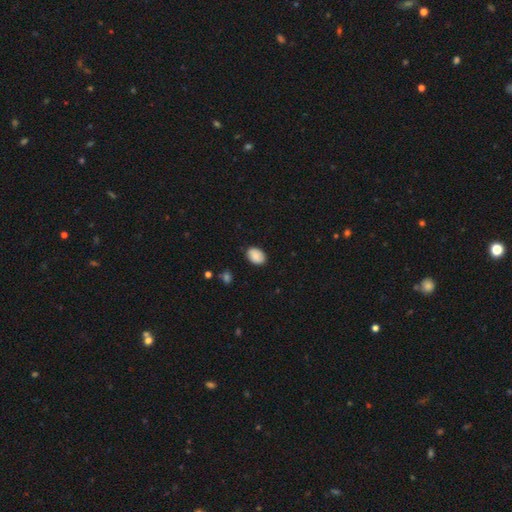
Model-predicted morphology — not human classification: smooth-or-featured: smooth: 87% | star or artifact: 7% | featured or disk: 6%
  how-rounded: in between: 83% | round: 16% | cigar-shaped: 1%
  merging: none: 85% | minor disturbance: 12% | major disturbance: 2% | merger: 1%